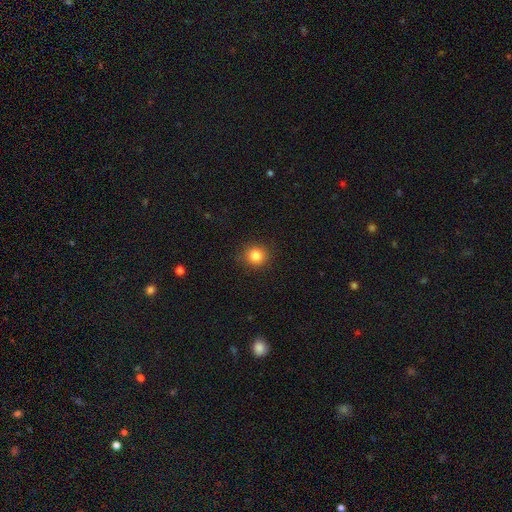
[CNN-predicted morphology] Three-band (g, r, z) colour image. It shows a smooth galaxy with no disk features (84%) that is round (89%). Merging: none (89%).